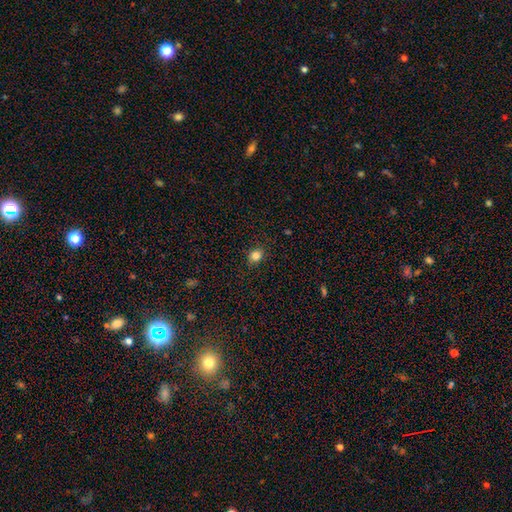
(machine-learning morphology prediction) This is clearly a smooth galaxy (83%). How rounded: likely round (63%). Merging: clearly none (86%).